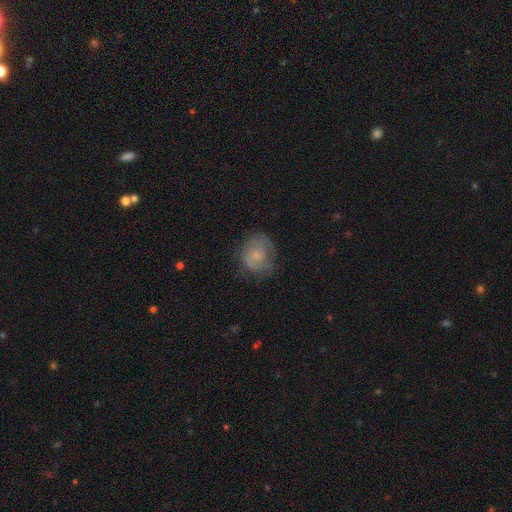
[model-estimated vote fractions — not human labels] Smooth or featured? Predicted: smooth (p=0.53). How rounded? Predicted: round (p=0.73). Merging? Predicted: none (p=0.61).